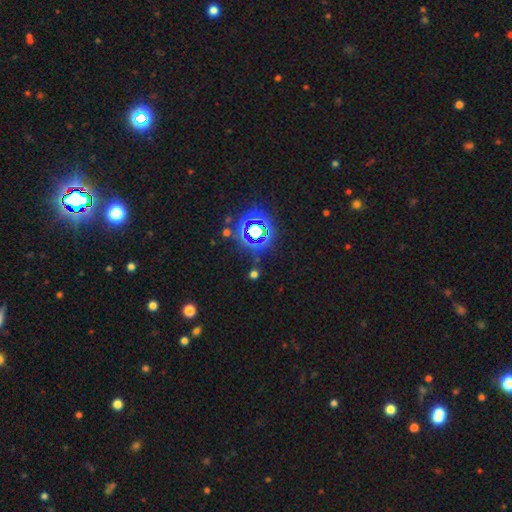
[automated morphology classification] A star or artifact, not a galaxy (67%).

Vote fractions:
- Smooth or featured? star or artifact: 67% / smooth: 26% / featured or disk: 7%